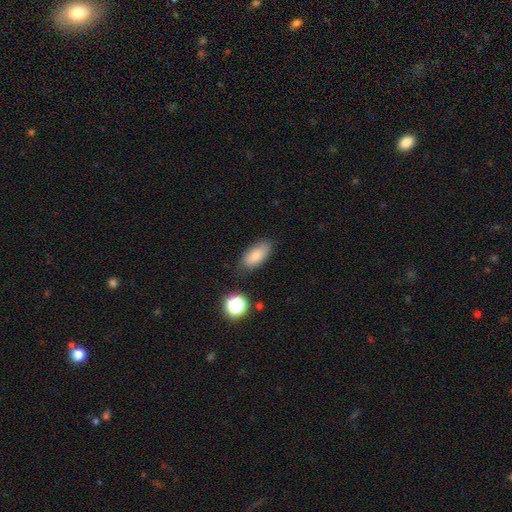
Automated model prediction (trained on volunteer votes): Q: Smooth or featured?
A: smooth (82%); runner-up: featured or disk (9%)
Q: How rounded?
A: in between (87%); runner-up: cigar-shaped (10%)
Q: Merging?
A: none (78%); runner-up: minor disturbance (15%)